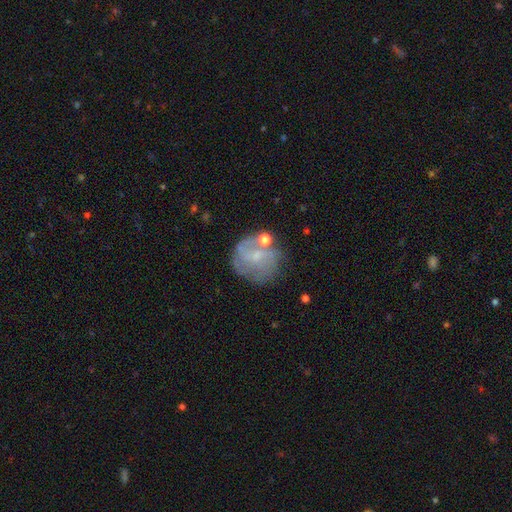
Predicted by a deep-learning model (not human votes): Smooth or featured?
  - featured or disk: 56% *
  - smooth: 33%
  - star or artifact: 11%
Edge-on disk?
  - no: 97% *
  - yes: 3%
Bar?
  - no: 60% *
  - weak: 34%
  - strong: 7%
Spiral arms?
  - yes: 60% *
  - no: 40%
Bulge size?
  - small: 68% *
  - moderate: 17%
  - none: 13%
  - large: 1%
  - dominant: 1%
Merging?
  - none: 59% *
  - minor disturbance: 20%
  - major disturbance: 12%
  - merger: 10%